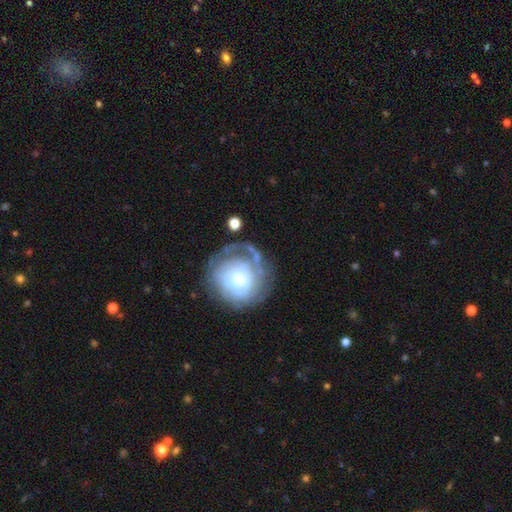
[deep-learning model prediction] Morphology: type=featured or disk (66%); edge-on=no (97%); bar=no (77%); spiral arms=yes (77%); bulge=moderate (46%); merging=none (61%).